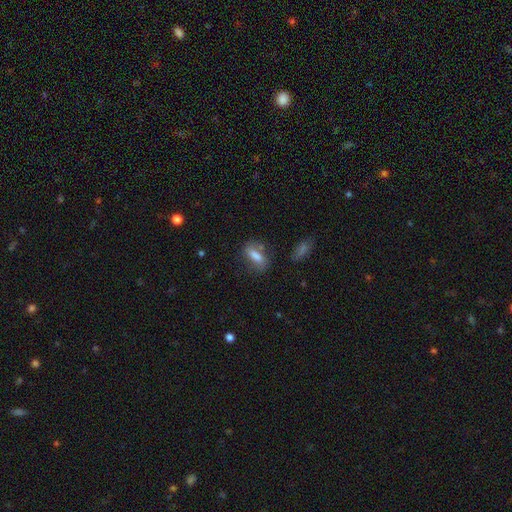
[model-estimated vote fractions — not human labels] A smooth galaxy with no disk features (75%) that is in between round and cigar-shaped (63%).

Vote fractions:
- Smooth or featured? smooth: 75% / featured or disk: 16% / star or artifact: 9%
- How rounded? in between: 63% / cigar-shaped: 33% / round: 5%
- Merging? none: 63% / minor disturbance: 20% / merger: 9% / major disturbance: 8%